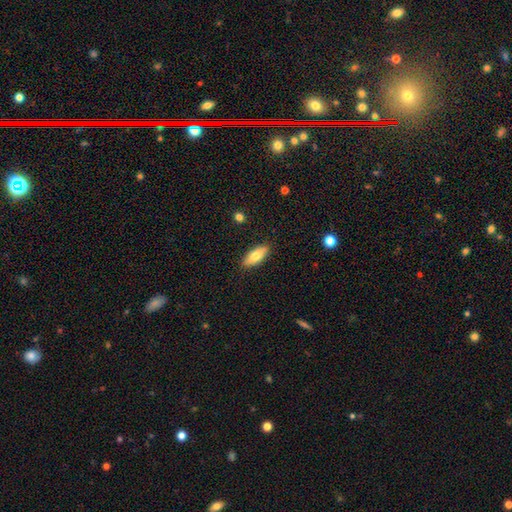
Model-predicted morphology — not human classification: A smooth galaxy with no disk features (74%) that is in between round and cigar-shaped (77%). Merging: none (87%).